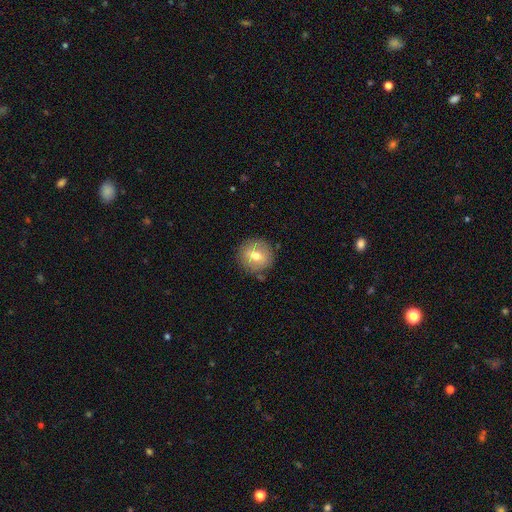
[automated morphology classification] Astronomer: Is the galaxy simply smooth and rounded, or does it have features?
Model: smooth — 65%.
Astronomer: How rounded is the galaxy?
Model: round — 90%.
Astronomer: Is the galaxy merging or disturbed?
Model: none — 84%.